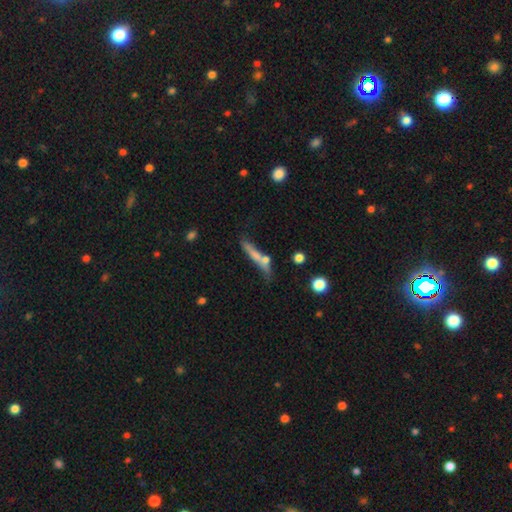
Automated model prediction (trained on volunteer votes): Smooth or featured? Predicted: smooth (p=0.53). How rounded? Predicted: cigar-shaped (p=0.87). Merging? Predicted: none (p=0.50).